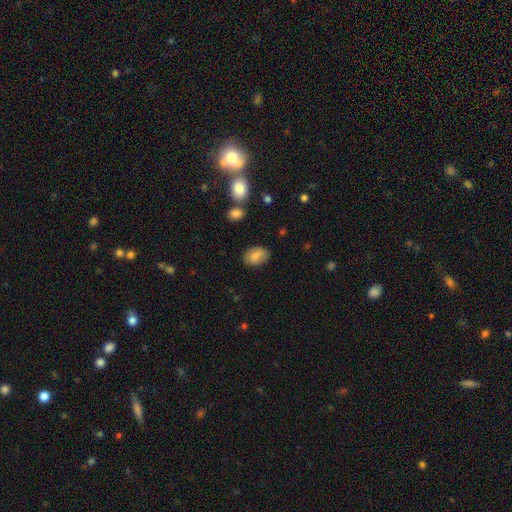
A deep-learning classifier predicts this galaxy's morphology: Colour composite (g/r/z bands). It shows a smooth galaxy with no disk features (76%) that is in between round and cigar-shaped (80%). Merging: none (78%).